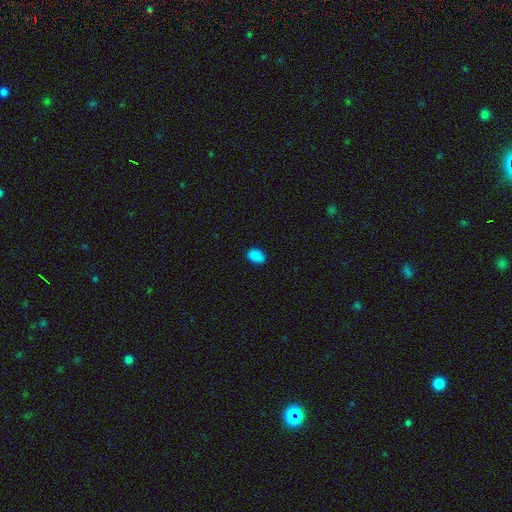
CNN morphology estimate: This appears to be a smooth galaxy with no disk features (87%) that is in between round and cigar-shaped (84%). Merging: none (85%).